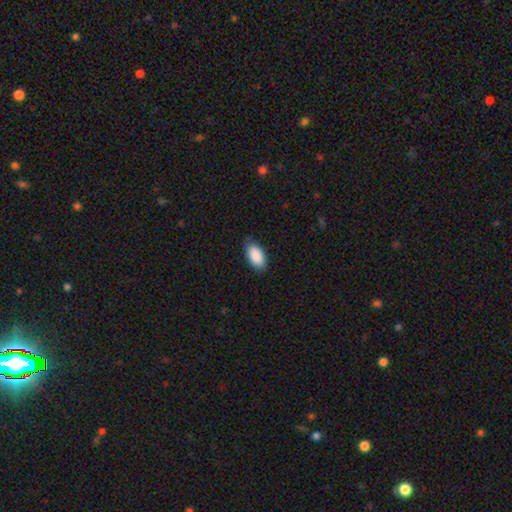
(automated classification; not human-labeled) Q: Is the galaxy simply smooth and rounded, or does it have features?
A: smooth — 90%.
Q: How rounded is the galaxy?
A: in between — 94%.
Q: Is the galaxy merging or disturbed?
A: none — 82%.